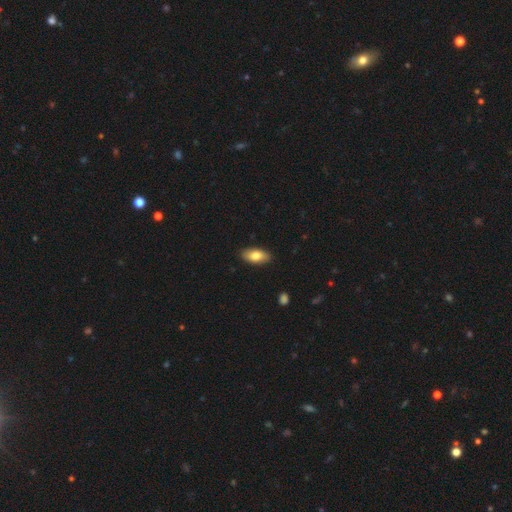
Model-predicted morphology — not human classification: This is clearly a smooth galaxy (80%). How rounded: clearly in between (91%). Merging: clearly none (89%).